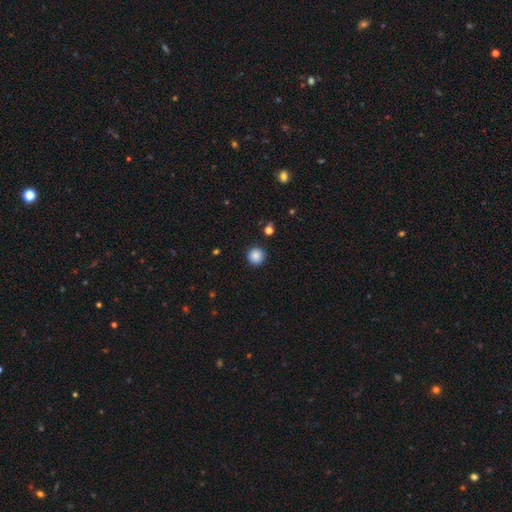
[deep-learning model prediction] This is clearly a smooth galaxy (87%). How rounded: clearly round (96%). Merging: clearly none (92%).